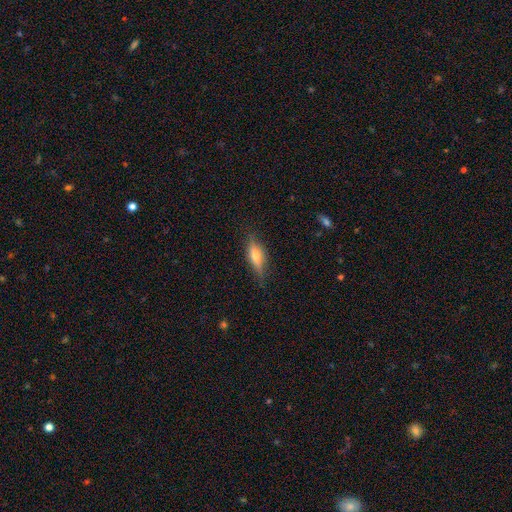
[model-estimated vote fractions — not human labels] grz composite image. It shows a featured or disk galaxy (50%) viewed edge-on (91%). Merging: none (83%).